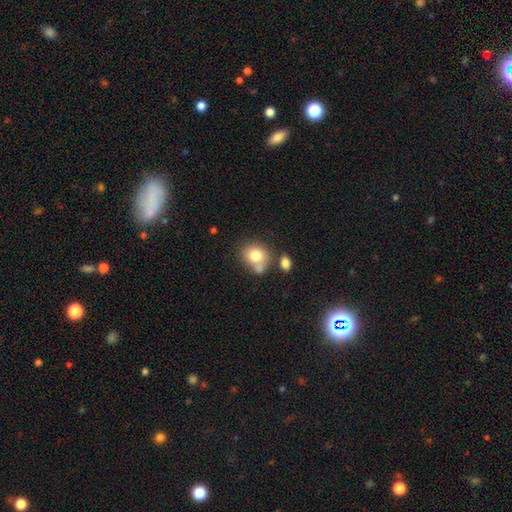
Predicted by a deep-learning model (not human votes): Smooth or featured? smooth (78%)
How rounded? round (65%)
Merging? none (49%)